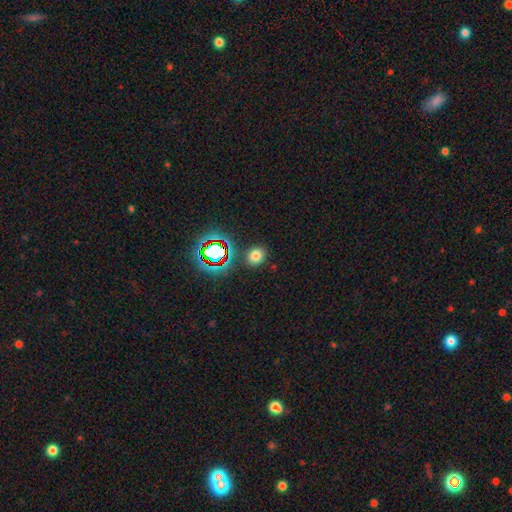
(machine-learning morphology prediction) Overall: smooth (71%). How rounded: round (64%; in between 35%). Merging: none (85%).